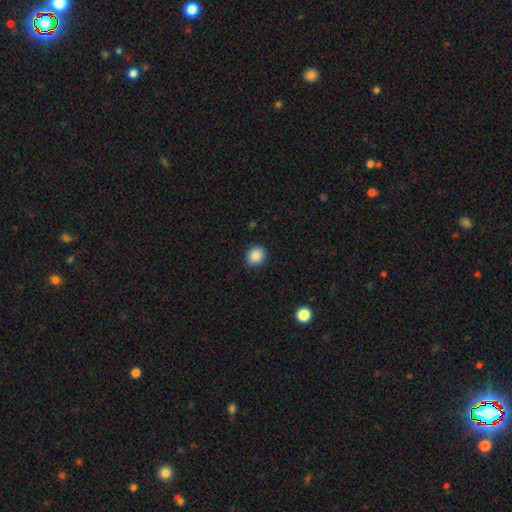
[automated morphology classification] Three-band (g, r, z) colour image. It shows a smooth galaxy with no disk features (88%) that is round (78%). Merging: none (89%).